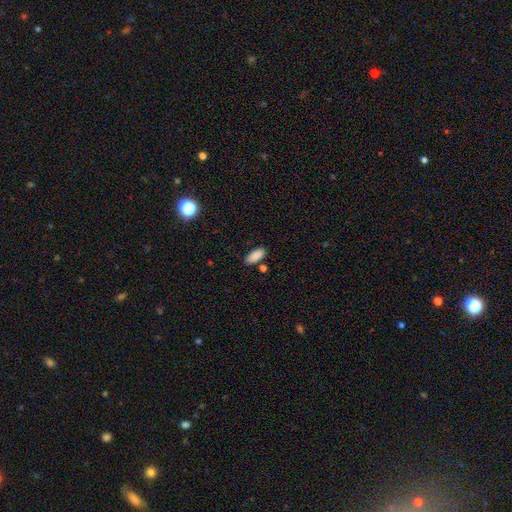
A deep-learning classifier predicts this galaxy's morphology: Smooth or featured?
  - smooth: 88% *
  - star or artifact: 8%
  - featured or disk: 4%
How rounded?
  - in between: 86% *
  - cigar-shaped: 12%
  - round: 2%
Merging?
  - none: 81% *
  - minor disturbance: 11%
  - merger: 6%
  - major disturbance: 3%